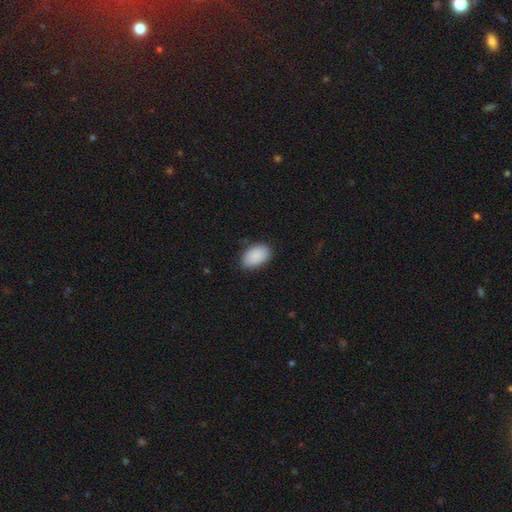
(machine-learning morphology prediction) smooth-or-featured: smooth: 89% | star or artifact: 6% | featured or disk: 4%
  how-rounded: in between: 92% | round: 7% | cigar-shaped: 1%
  merging: none: 78% | minor disturbance: 17% | major disturbance: 3% | merger: 1%